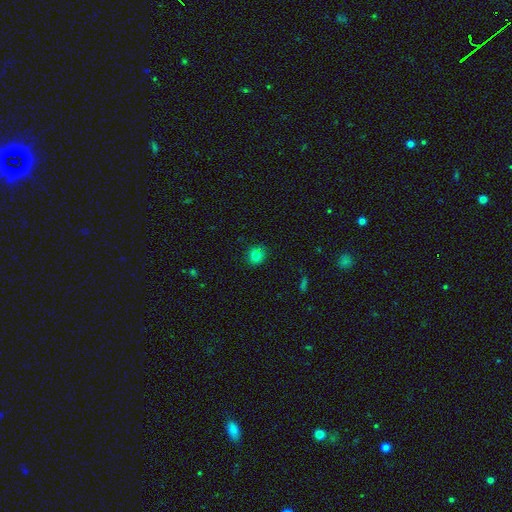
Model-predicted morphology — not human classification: The model was most divided on "how rounded": round: 78%, in between: 21%, cigar-shaped: 1%. More confident: merging — none (80%); smooth or featured — smooth (75%).